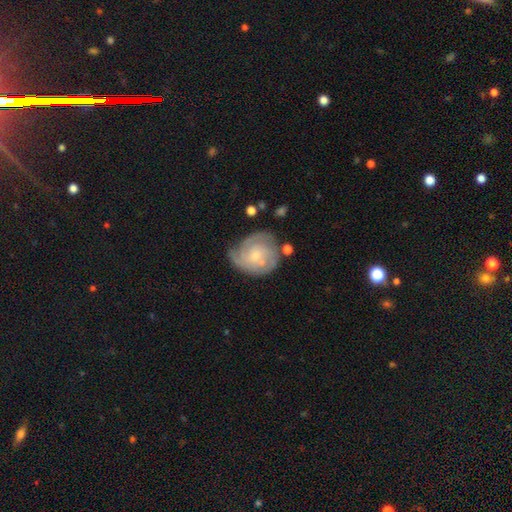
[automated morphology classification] Smooth or featured?
  - featured or disk: 75% *
  - smooth: 19%
  - star or artifact: 6%
Edge-on disk?
  - no: 98% *
  - yes: 2%
Bar?
  - no: 71% *
  - weak: 26%
  - strong: 3%
Spiral arms?
  - yes: 92% *
  - no: 8%
Spiral winding?
  - tight: 63% *
  - medium: 29%
  - loose: 8%
Spiral arm count?
  - can't tell: 33% *
  - 3: 28%
  - 2: 19%
  - 4: 10%
  - 1: 5%
  - more than 4: 5%
Bulge size?
  - small: 59% *
  - moderate: 32%
  - none: 6%
  - large: 2%
  - dominant: 1%
Merging?
  - none: 62% *
  - minor disturbance: 24%
  - major disturbance: 9%
  - merger: 5%